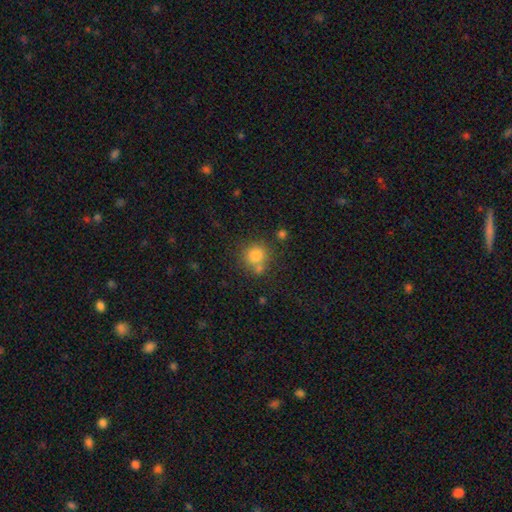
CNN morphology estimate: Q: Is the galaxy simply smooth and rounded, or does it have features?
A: smooth — 80%.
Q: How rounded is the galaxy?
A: round — 89%.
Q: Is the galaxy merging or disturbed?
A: none — 64%.